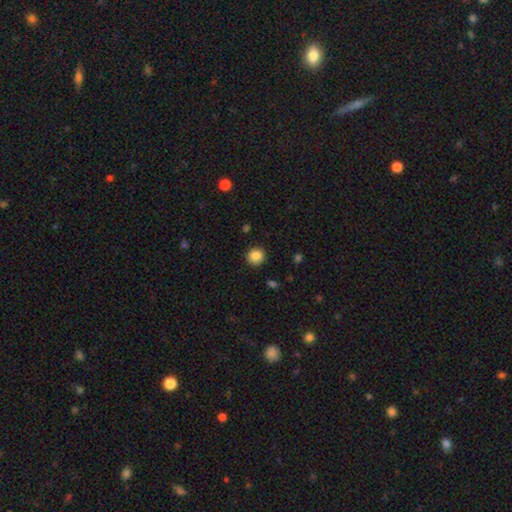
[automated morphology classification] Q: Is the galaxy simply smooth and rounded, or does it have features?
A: smooth — 87%.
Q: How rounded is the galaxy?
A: round — 90%.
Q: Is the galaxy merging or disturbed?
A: none — 90%.